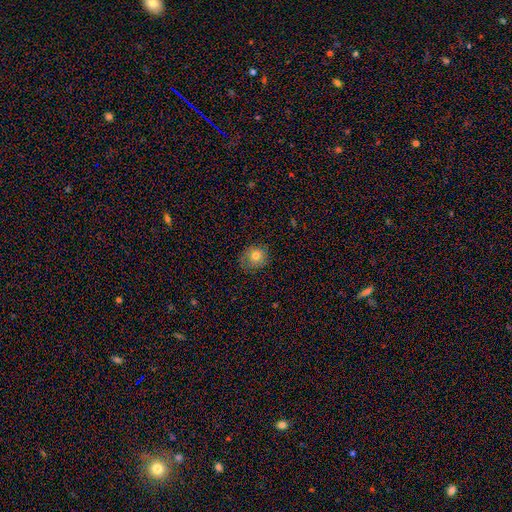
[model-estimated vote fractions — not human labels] This is likely a smooth galaxy (79%). How rounded: clearly round (81%). Merging: likely none (75%).